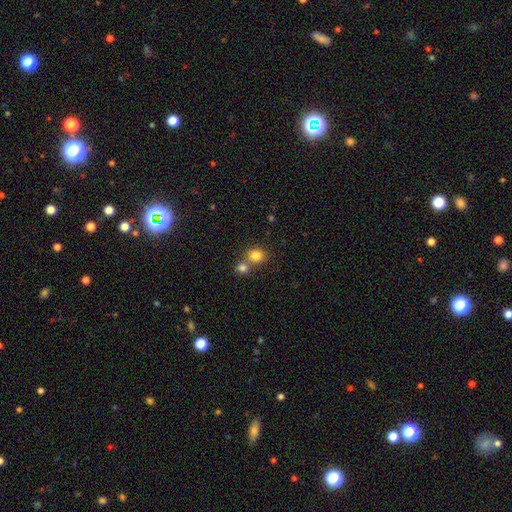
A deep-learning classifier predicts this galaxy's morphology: smooth 82%, star or artifact 11%, featured or disk 7%. Down the decision tree: how rounded — round (78%); merging — none (52%).